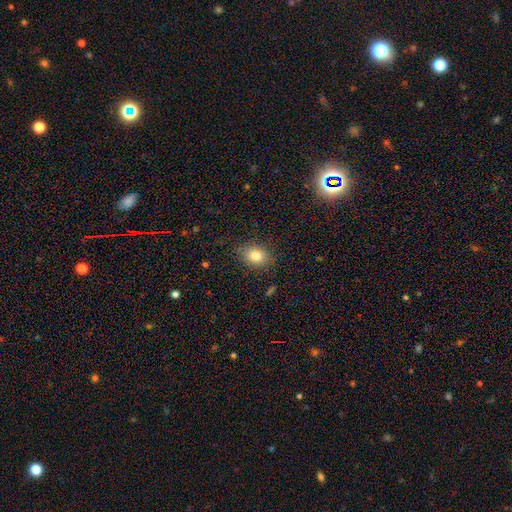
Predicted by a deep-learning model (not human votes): A smooth galaxy with no disk features (81%) that is in between round and cigar-shaped (56%). Merging: none (84%).